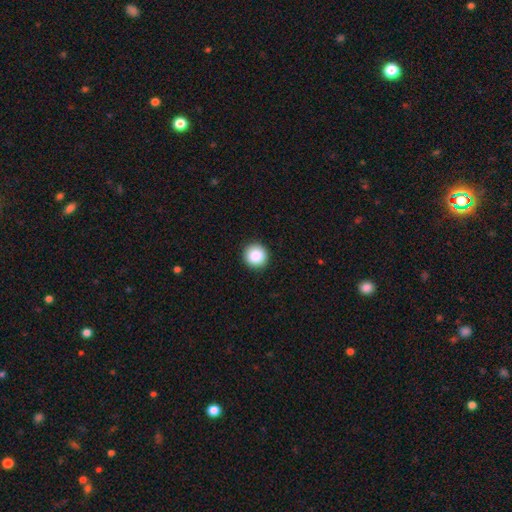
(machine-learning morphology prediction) type=smooth (87%); roundness=round (95%); merging=none (93%).